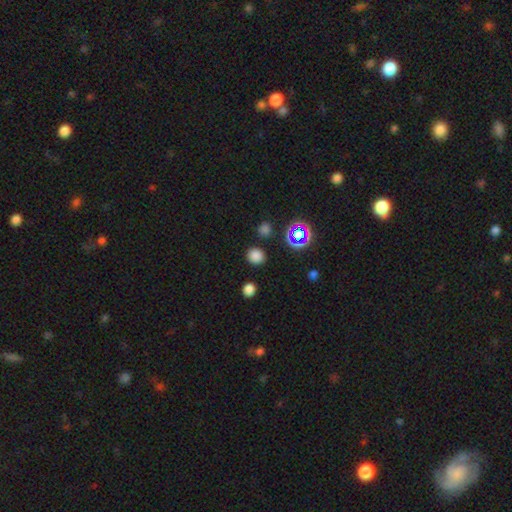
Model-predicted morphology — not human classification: Smooth or featured? smooth (77%)
How rounded? round (87%)
Merging? none (88%)